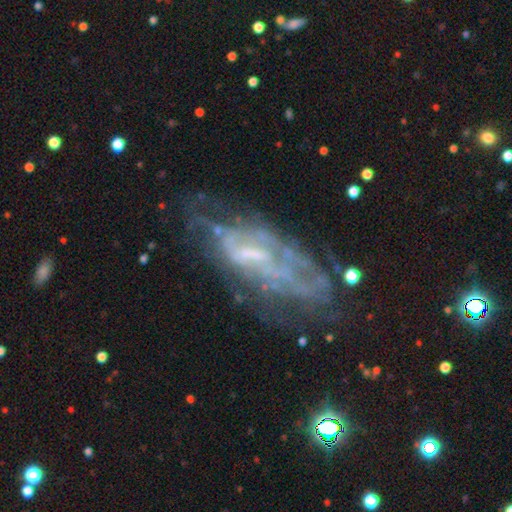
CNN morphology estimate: Smooth or featured? Predicted: featured or disk (p=0.72). Edge-on disk? Predicted: no (p=0.85). Bar? Predicted: no (p=0.45). Spiral arms? Predicted: yes (p=0.57). Bulge size? Predicted: small (p=0.39). Merging? Predicted: none (p=0.50).